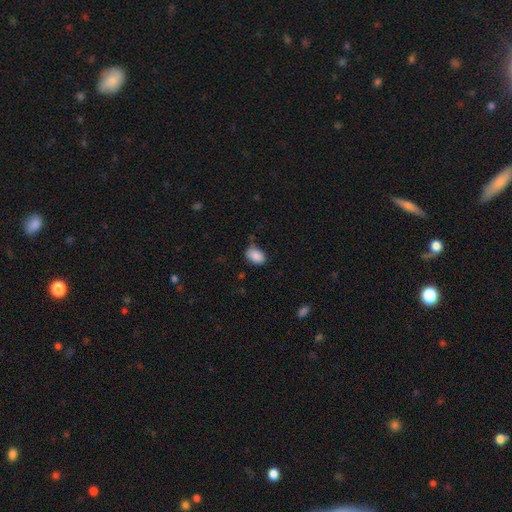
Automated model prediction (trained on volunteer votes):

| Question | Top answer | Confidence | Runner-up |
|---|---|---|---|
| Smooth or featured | smooth | 89% | star or artifact (7%) |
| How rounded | in between | 88% | round (11%) |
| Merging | none | 71% | minor disturbance (22%) |